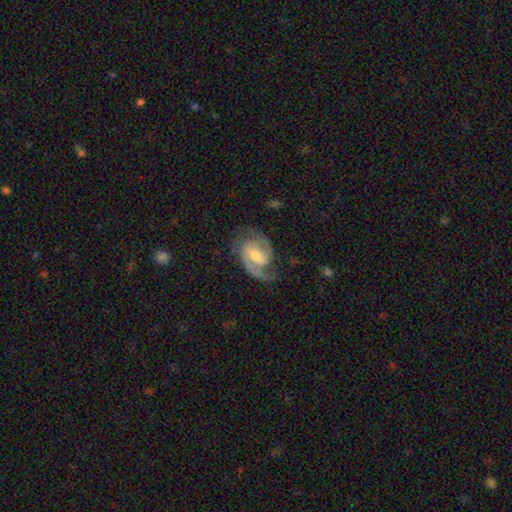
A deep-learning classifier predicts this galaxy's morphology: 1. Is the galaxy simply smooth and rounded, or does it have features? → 89% featured or disk, 6% smooth, 4% star or artifact.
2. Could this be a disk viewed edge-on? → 98% no, 2% yes.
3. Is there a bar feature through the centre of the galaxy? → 51% weak, 33% strong, 16% no.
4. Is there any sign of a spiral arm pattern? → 97% yes, 3% no.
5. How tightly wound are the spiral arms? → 55% medium, 30% tight, 16% loose.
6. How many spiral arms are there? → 87% 2, 6% 1, 3% can't tell, 2% 3, 1% 4, 1% more than 4.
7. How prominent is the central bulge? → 53% moderate, 36% small, 6% large, 4% none, 1% dominant.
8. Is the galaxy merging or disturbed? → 70% none, 18% minor disturbance, 10% major disturbance, 2% merger.